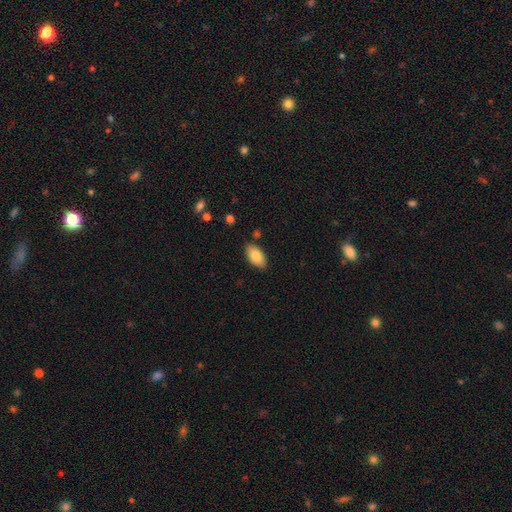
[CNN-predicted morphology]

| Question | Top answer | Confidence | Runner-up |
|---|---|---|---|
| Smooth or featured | smooth | 81% | featured or disk (12%) |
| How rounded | in between | 94% | round (3%) |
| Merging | none | 84% | minor disturbance (12%) |